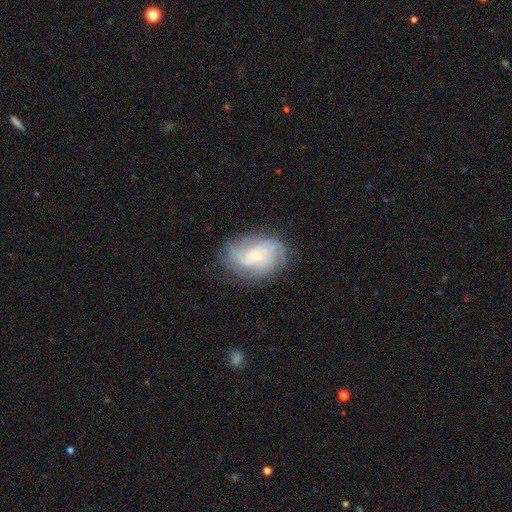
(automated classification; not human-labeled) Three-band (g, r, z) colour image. It shows a featured or disk galaxy (67%) with no bar (70%), tight (46%) spiral arms (88%) and a small central bulge (73%). Merging: none (71%).